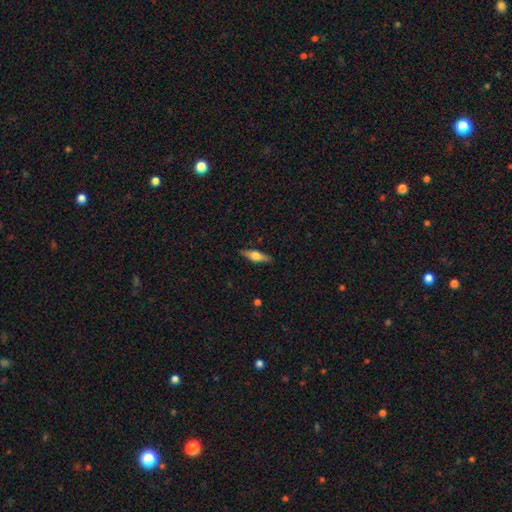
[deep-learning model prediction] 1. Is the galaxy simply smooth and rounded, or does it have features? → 50% smooth, 44% featured or disk, 6% star or artifact.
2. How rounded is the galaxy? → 57% cigar-shaped, 40% in between, 3% round.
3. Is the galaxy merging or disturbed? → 86% none, 10% minor disturbance, 2% major disturbance, 1% merger.